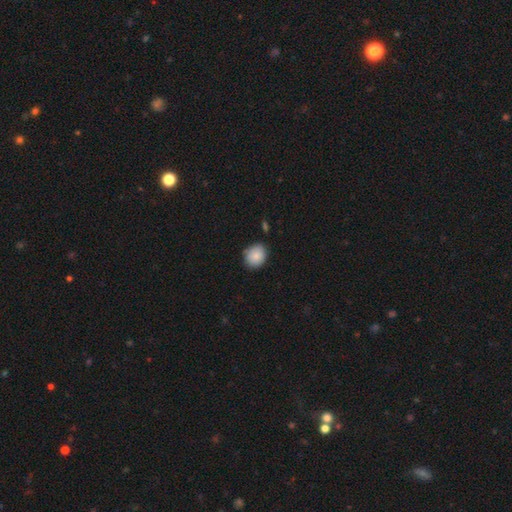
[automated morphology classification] A smooth galaxy with no disk features (87%) that is round (61%). Merging: none (78%).